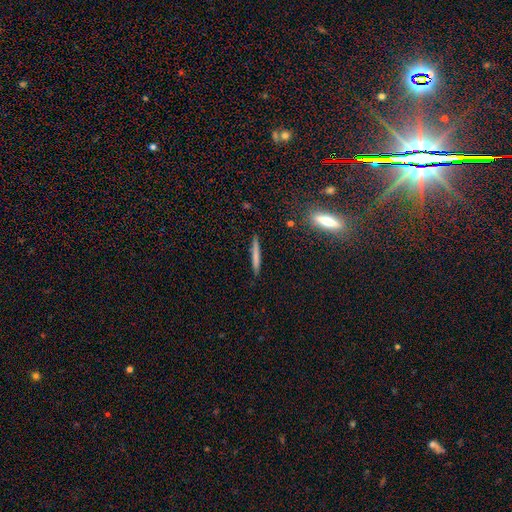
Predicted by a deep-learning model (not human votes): Smooth or featured? Predicted: smooth (p=0.66). How rounded? Predicted: cigar-shaped (p=0.96). Merging? Predicted: none (p=0.88).